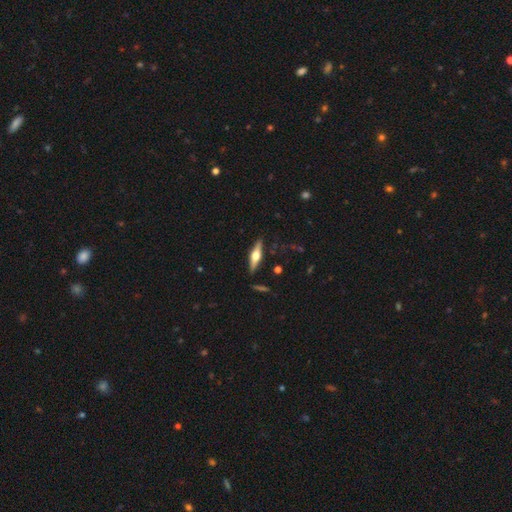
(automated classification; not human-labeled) This is likely a featured or disk galaxy (67%). It is clearly viewed edge-on (96%). Edge-on bulge: clearly rounded (94%). Merging: clearly none (87%).